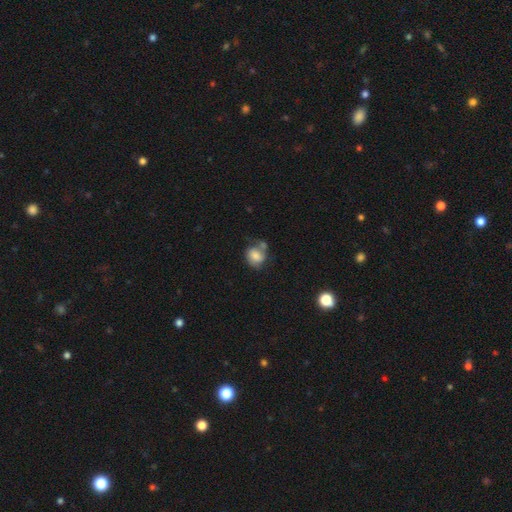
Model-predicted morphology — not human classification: type=smooth (64%); roundness=round (55%); merging=none (40%).